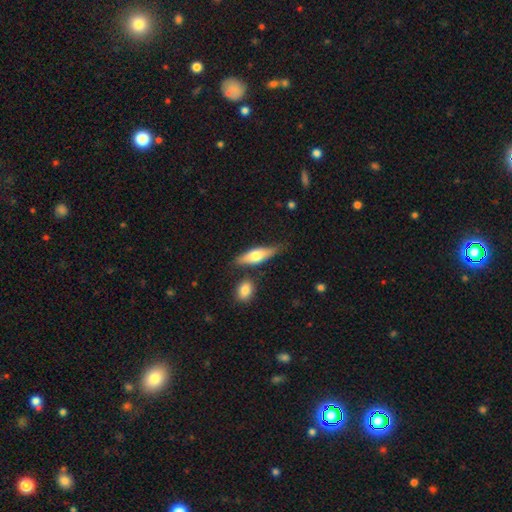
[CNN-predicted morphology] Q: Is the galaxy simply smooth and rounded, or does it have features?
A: smooth — 56%.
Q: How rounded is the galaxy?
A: in between — 50%.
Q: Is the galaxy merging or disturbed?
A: none — 73%.